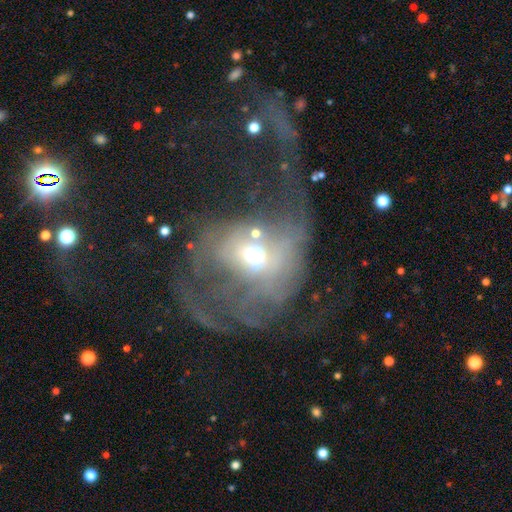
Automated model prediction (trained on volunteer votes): Smooth or featured?
  - featured or disk: 54% *
  - smooth: 28%
  - star or artifact: 18%
Edge-on disk?
  - no: 95% *
  - yes: 5%
Bar?
  - no: 80% *
  - weak: 14%
  - strong: 5%
Spiral arms?
  - no: 64% *
  - yes: 36%
Bulge size?
  - moderate: 61% *
  - small: 20%
  - large: 12%
  - dominant: 4%
  - none: 3%
Merging?
  - major disturbance: 56% *
  - none: 22%
  - minor disturbance: 12%
  - merger: 9%